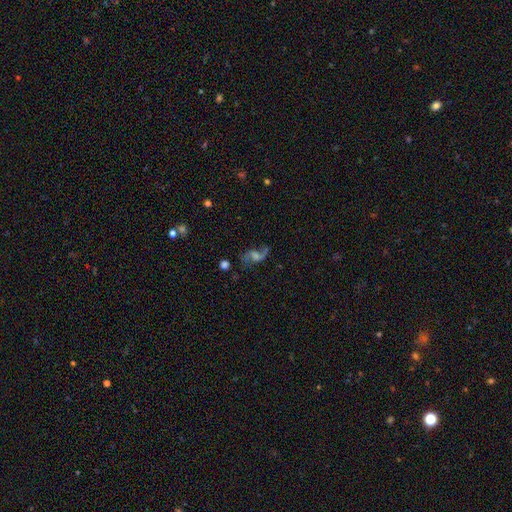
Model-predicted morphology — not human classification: This is likely a featured or disk galaxy (76%). It is clearly not viewed edge-on (96%). Bar: marginally weak (44%, tied with no). Spiral arm pattern: clearly yes (93%). Spiral arm count: clearly 2 (89%). Spiral winding: likely loose (73%). Central bulge: marginally moderate (37%). Merging: likely none (69%).